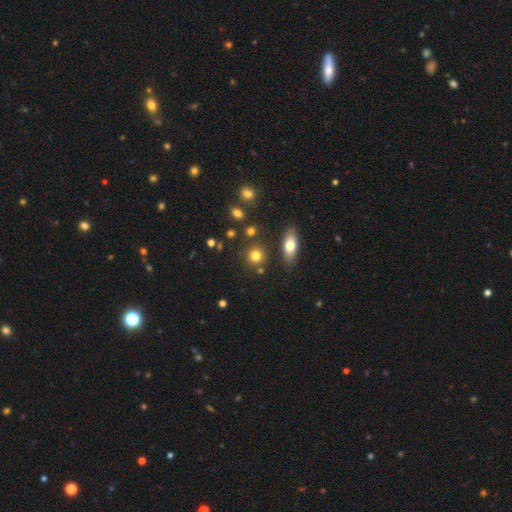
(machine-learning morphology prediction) smooth 80%, star or artifact 12%, featured or disk 8%. Down the decision tree: how rounded — round (83%); merging — none (81%).